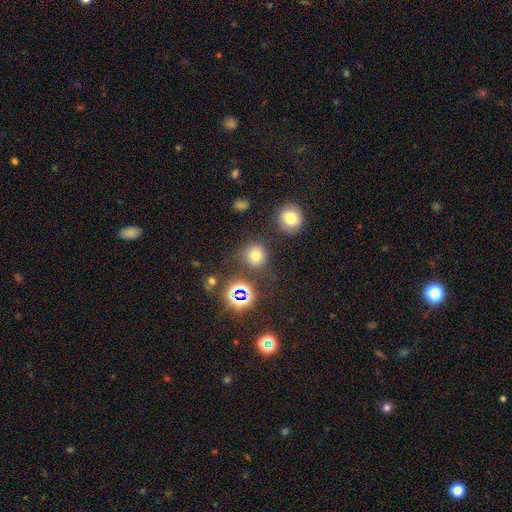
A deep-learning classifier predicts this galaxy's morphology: smooth_or_featured: smooth (p=0.70) [alt: star or artifact p=0.22]
how_rounded: round (p=0.91) [alt: in between p=0.08]
merging: none (p=0.80) [alt: minor disturbance p=0.10]